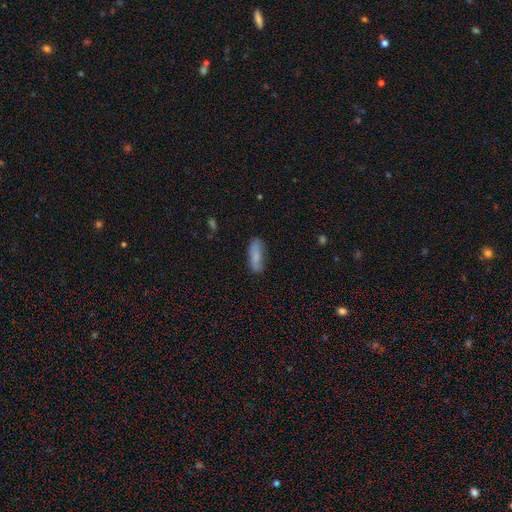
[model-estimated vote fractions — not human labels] The model was most divided on "how rounded": in between: 57%, cigar-shaped: 40%, round: 2%. More confident: smooth or featured — smooth (79%); merging — none (74%).